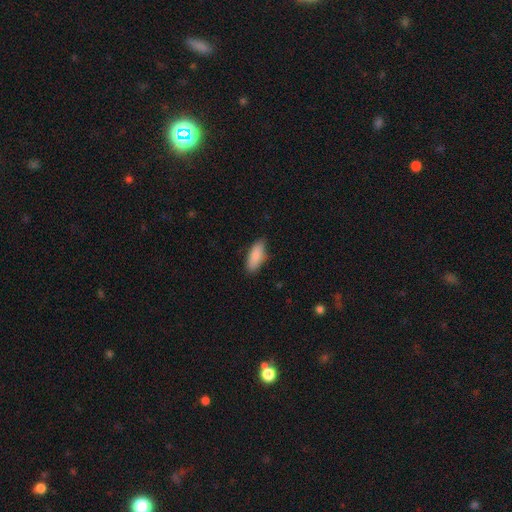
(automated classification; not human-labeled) This appears to be a smooth galaxy with no disk features (88%) that is in between round and cigar-shaped (77%). Merging: none (82%).